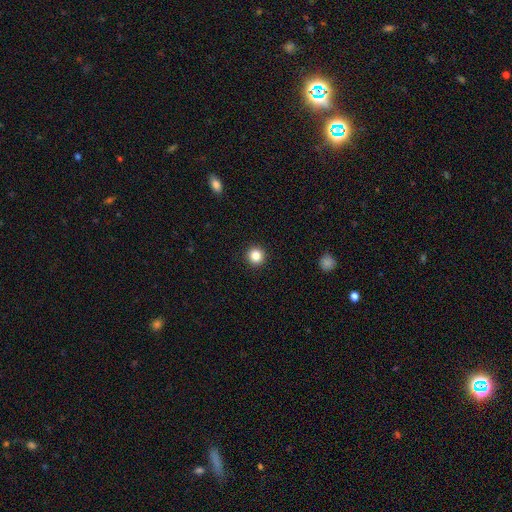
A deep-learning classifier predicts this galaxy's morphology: smooth 85%, star or artifact 11%, featured or disk 4%. Down the decision tree: how rounded — round (94%); merging — none (93%).